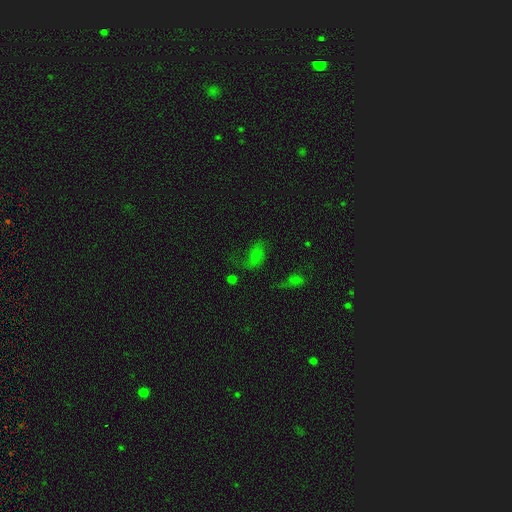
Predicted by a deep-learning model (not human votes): smooth 51%, star or artifact 26%, featured or disk 23%. Down the decision tree: how rounded — in between (86%); merging — none (40%).